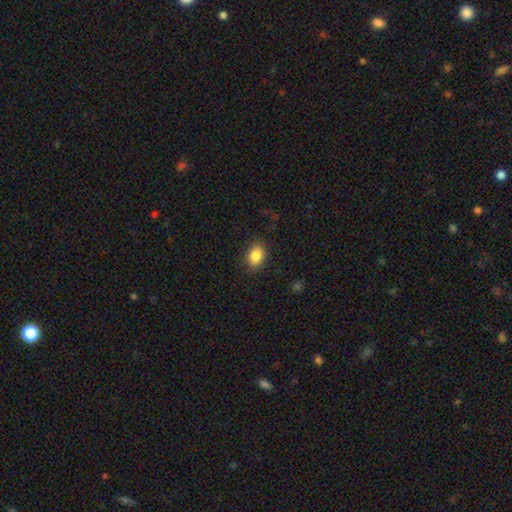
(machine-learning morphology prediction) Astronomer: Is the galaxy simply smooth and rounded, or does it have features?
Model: smooth — 86%.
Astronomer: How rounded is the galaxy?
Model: in between — 71%.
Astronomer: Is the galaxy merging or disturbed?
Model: none — 86%.